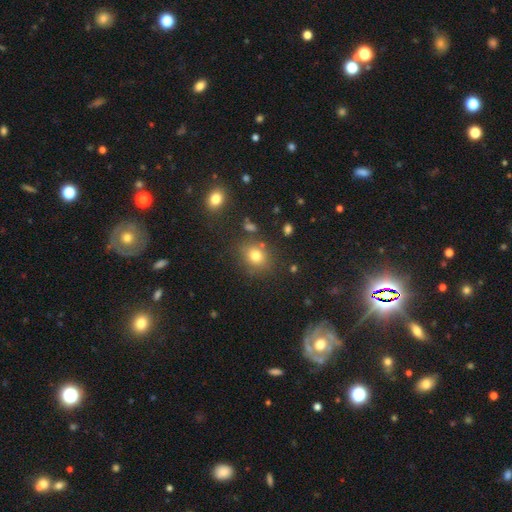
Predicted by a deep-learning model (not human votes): Overall: smooth (77%). How rounded: round (60%; in between 39%). Merging: none (78%).